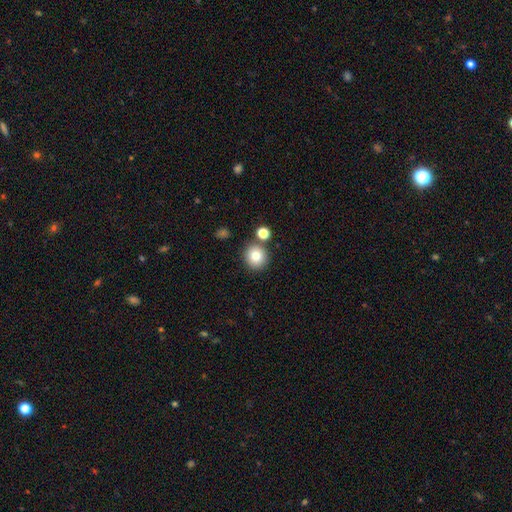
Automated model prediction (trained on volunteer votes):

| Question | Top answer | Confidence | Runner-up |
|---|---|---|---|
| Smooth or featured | smooth | 81% | star or artifact (11%) |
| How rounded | round | 91% | in between (8%) |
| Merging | none | 80% | merger (10%) |